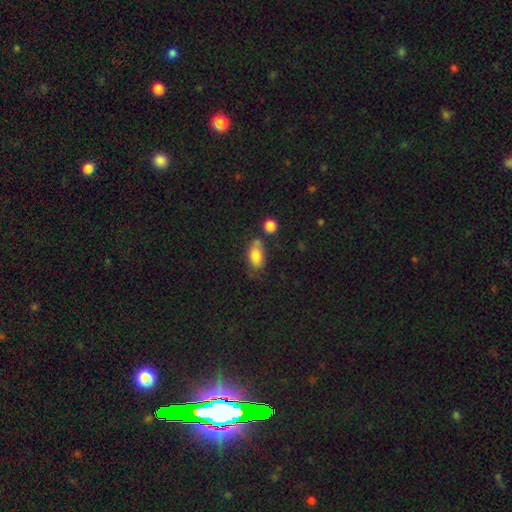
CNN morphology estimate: Overall: smooth (81%). How rounded: in between (88%). Merging: none (51%; minor disturbance 26%).